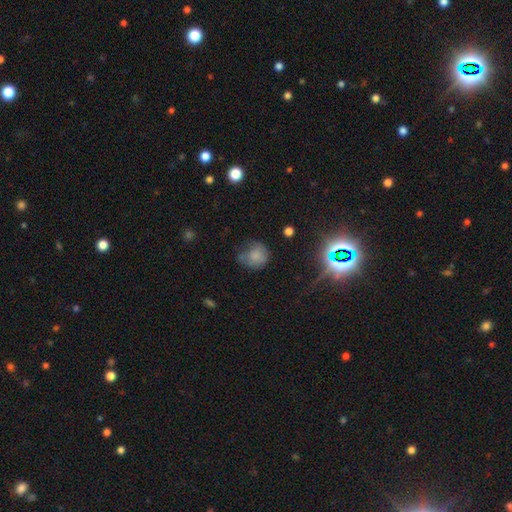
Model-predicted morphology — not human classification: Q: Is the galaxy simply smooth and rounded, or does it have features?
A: smooth — 69%.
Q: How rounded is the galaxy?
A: round — 74%.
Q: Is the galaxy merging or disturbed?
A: none — 43%.